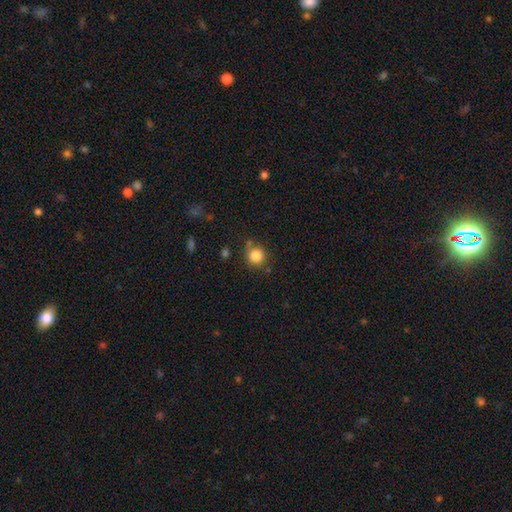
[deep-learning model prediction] A smooth galaxy with no disk features (84%) that is round (91%). Merging: none (74%).